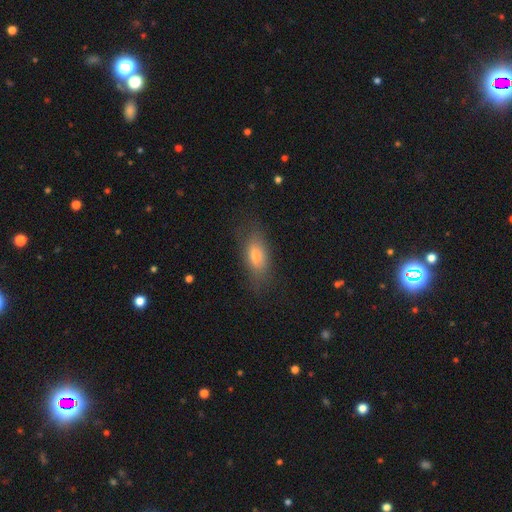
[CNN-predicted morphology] This appears to be a smooth galaxy with no disk features (69%) that is in between round and cigar-shaped (75%). Merging: none (73%).